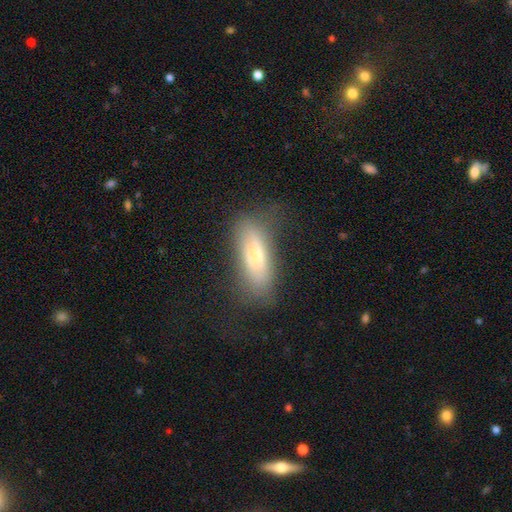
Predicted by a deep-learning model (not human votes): This is possibly a smooth galaxy (54%). How rounded: possibly in between (54%). Merging: likely none (64%).